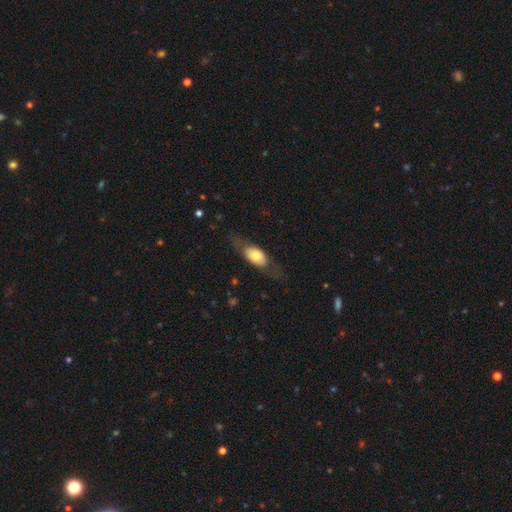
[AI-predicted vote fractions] Smooth or featured: smooth — 56% (featured or disk — 37%)
How rounded: in between — 76% (cigar-shaped — 15%)
Merging: none — 71% (minor disturbance — 16%)